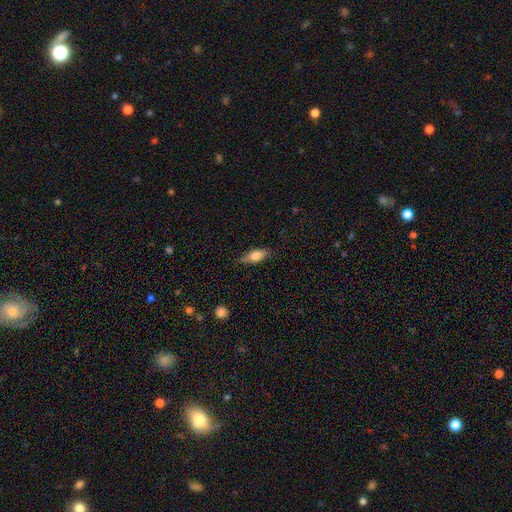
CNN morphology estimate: The model was most divided on "how rounded": in between: 76%, cigar-shaped: 21%, round: 3%. More confident: merging — none (77%); smooth or featured — smooth (76%).